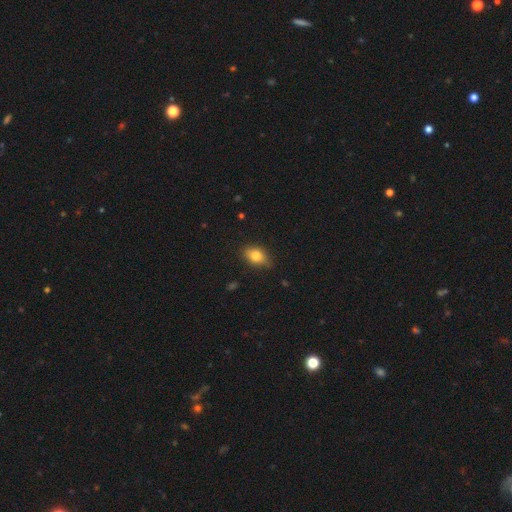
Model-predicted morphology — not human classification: smooth-or-featured: smooth: 80% | featured or disk: 11% | star or artifact: 8%
  how-rounded: in between: 78% | round: 19% | cigar-shaped: 3%
  merging: none: 78% | minor disturbance: 18% | major disturbance: 3% | merger: 1%